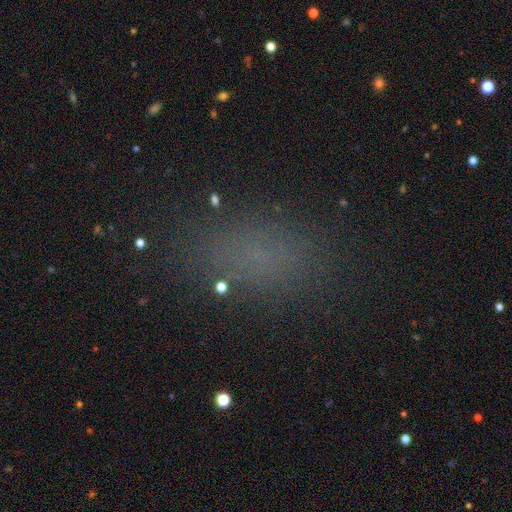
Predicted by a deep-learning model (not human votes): This is likely a smooth galaxy (68%). How rounded: clearly in between (81%). Merging: clearly none (82%).